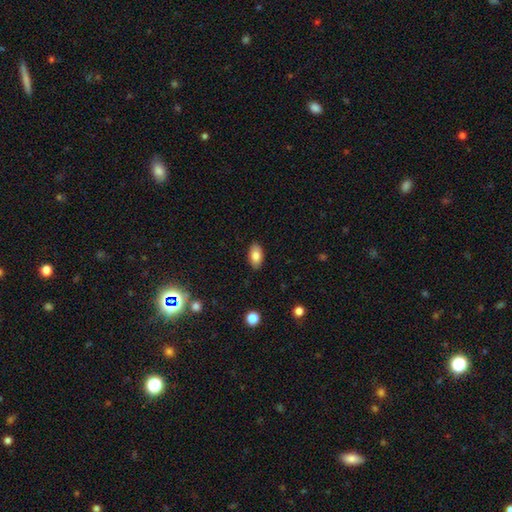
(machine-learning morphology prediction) type=smooth (82%); roundness=in between (93%); merging=none (87%).